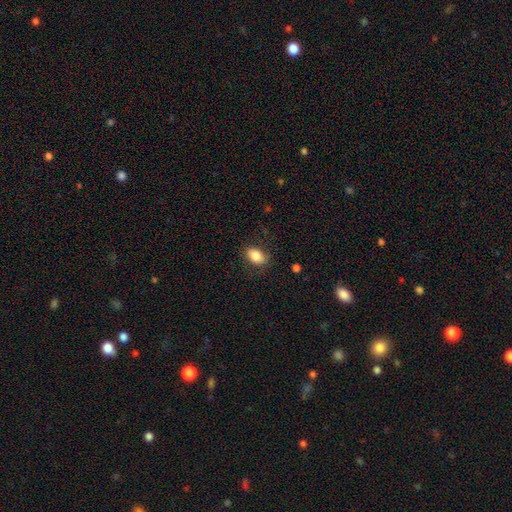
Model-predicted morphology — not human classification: This appears to be a smooth galaxy with no disk features (84%) that is in between round and cigar-shaped (84%). Merging: none (83%).